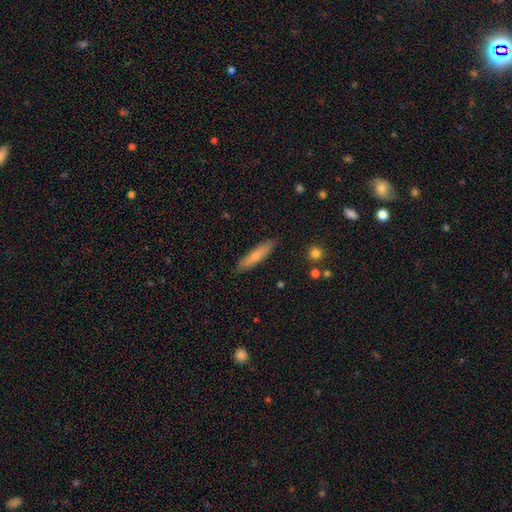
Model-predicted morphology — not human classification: A smooth galaxy with no disk features (64%) that is cigar-shaped (79%). Merging: none (87%).